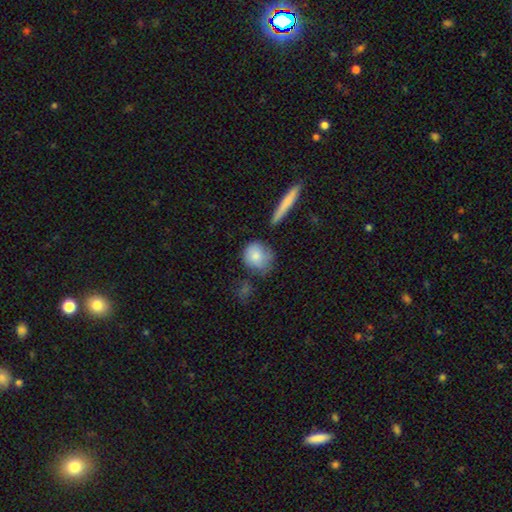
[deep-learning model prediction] Overall: smooth (81%). How rounded: round (75%). Merging: none (55%; minor disturbance 27%).